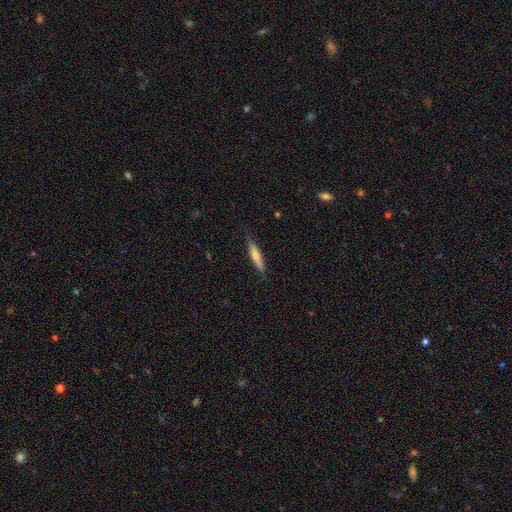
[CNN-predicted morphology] Smooth or featured?
  - smooth: 66% *
  - featured or disk: 28%
  - star or artifact: 6%
How rounded?
  - cigar-shaped: 87% *
  - in between: 11%
  - round: 1%
Merging?
  - none: 84% *
  - minor disturbance: 13%
  - major disturbance: 2%
  - merger: 1%